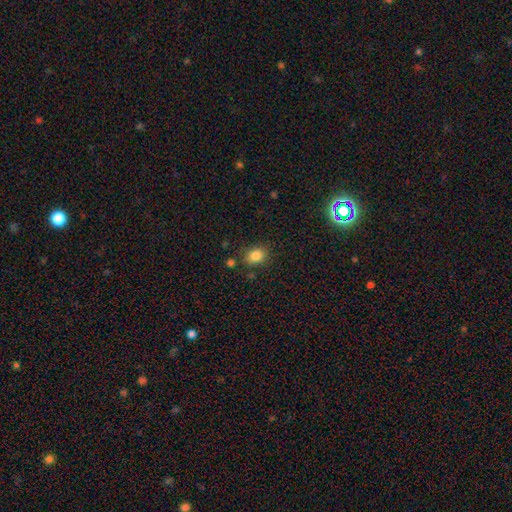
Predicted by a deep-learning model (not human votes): This is clearly a smooth galaxy (84%). How rounded: likely in between (61%). Merging: clearly none (80%).